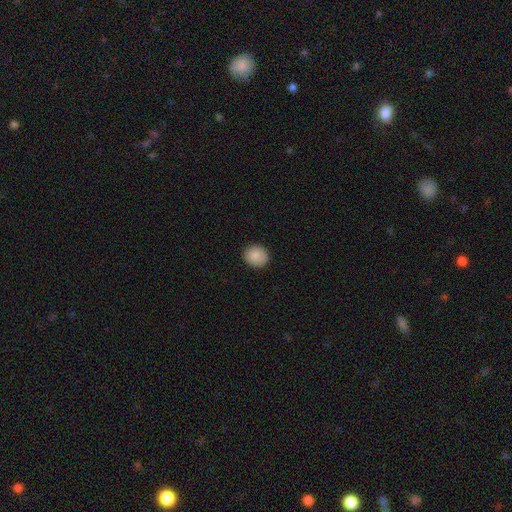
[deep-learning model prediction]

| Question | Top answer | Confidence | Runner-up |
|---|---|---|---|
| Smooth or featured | smooth | 86% | star or artifact (8%) |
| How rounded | round | 84% | in between (15%) |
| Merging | none | 90% | minor disturbance (7%) |